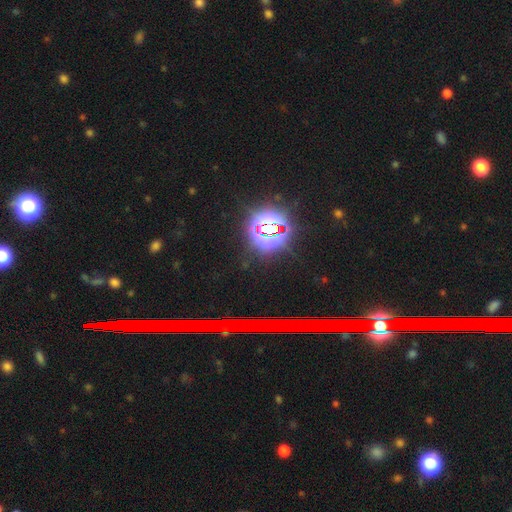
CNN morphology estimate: star or artifact 80%, smooth 10%, featured or disk 10%.